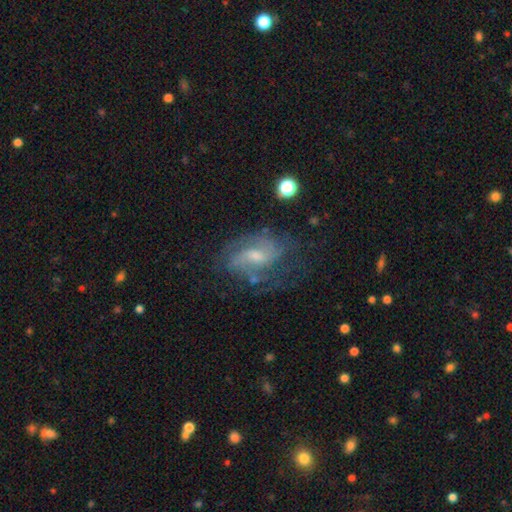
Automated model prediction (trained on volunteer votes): The model was most divided on "bulge size" (2-way tie): small: 43%, moderate: 43%, none: 9%, large: 4%, dominant: 1%. Remaining: edge-on disk — no (96%); spiral arms — yes (90%); smooth or featured — featured or disk (77%); merging — none (59%); spiral arm count — 2 (55%); bar — weak (53%); spiral winding — medium (47%).